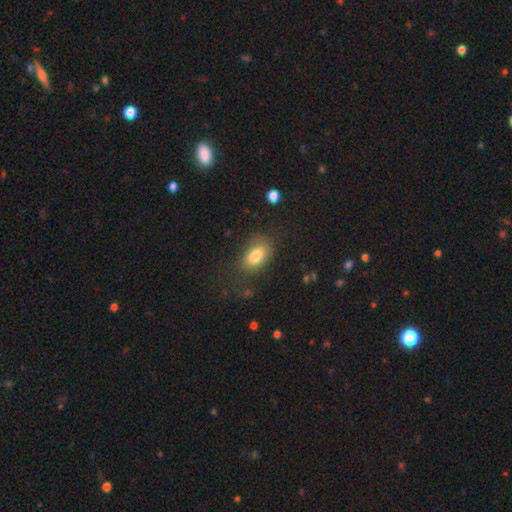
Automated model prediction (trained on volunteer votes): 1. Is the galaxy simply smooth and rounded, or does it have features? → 81% smooth, 11% featured or disk, 8% star or artifact.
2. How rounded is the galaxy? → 88% in between, 10% round, 2% cigar-shaped.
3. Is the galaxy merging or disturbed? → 71% none, 18% minor disturbance, 10% major disturbance, 2% merger.